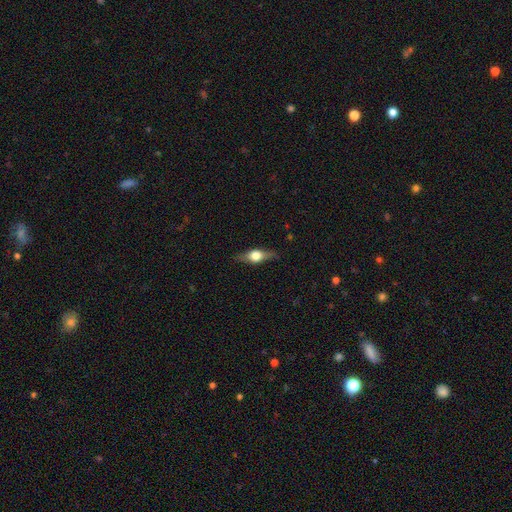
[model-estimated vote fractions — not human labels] A featured or disk galaxy (56%) viewed edge-on (93%) with a rounded central bulge (94%). Merging: none (84%).